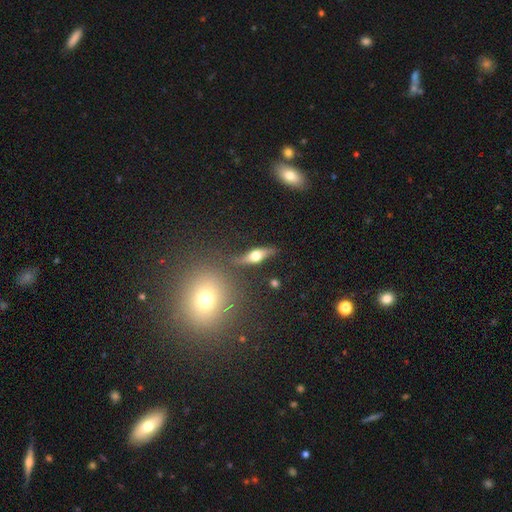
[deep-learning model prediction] A featured or disk galaxy (61%) viewed edge-on (84%) with a rounded central bulge (95%). Merging: none (75%).